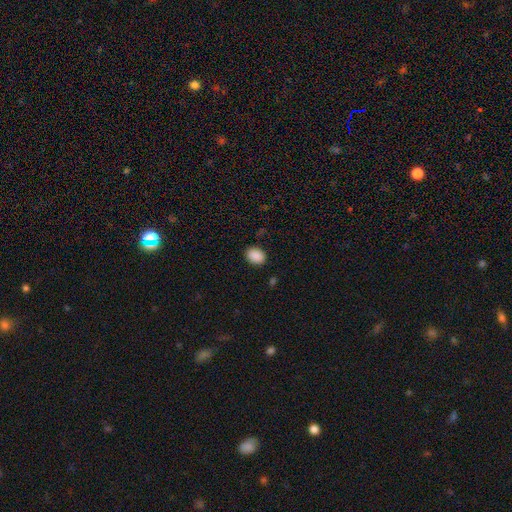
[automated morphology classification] A smooth galaxy with no disk features (90%) that is in between round and cigar-shaped (68%).

Vote fractions:
- Smooth or featured? smooth: 90% / star or artifact: 8% / featured or disk: 3%
- How rounded? in between: 68% / round: 31% / cigar-shaped: 1%
- Merging? none: 88% / minor disturbance: 9% / major disturbance: 2% / merger: 1%